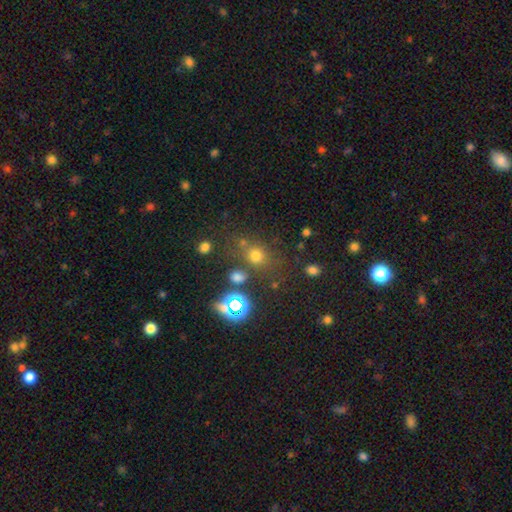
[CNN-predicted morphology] The model was most divided on "smooth or featured": smooth: 61%, star or artifact: 29%, featured or disk: 10%. More confident: how rounded — round (74%); merging — none (68%).